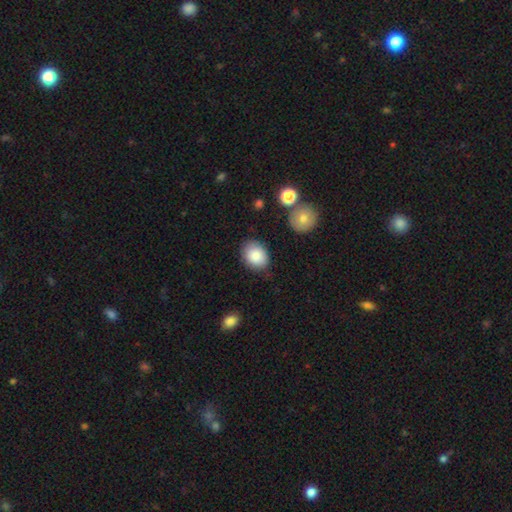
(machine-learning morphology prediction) Q: Smooth or featured?
A: smooth (86%); runner-up: star or artifact (7%)
Q: How rounded?
A: in between (67%); runner-up: round (32%)
Q: Merging?
A: none (79%); runner-up: minor disturbance (15%)